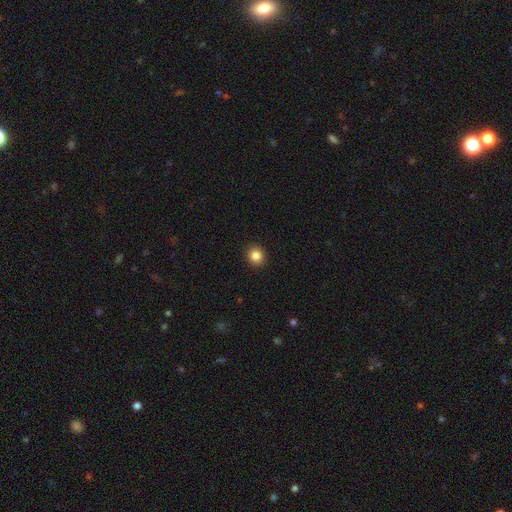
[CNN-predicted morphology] Smooth or featured? Predicted: smooth (p=0.85). How rounded? Predicted: round (p=0.87). Merging? Predicted: none (p=0.92).